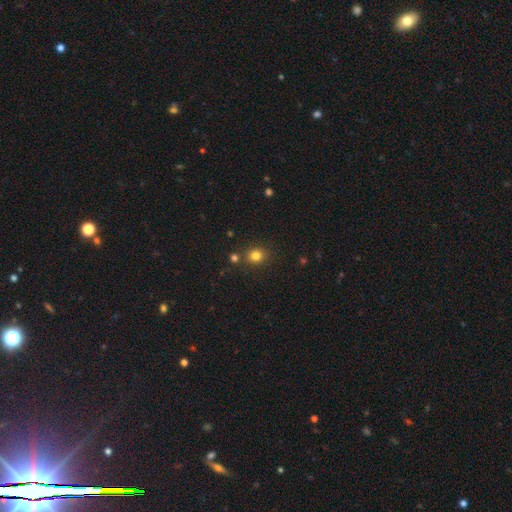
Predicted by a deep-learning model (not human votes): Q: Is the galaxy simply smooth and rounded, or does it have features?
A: smooth — 80%.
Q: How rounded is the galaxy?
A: round — 69%.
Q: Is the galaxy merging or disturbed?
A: none — 79%.